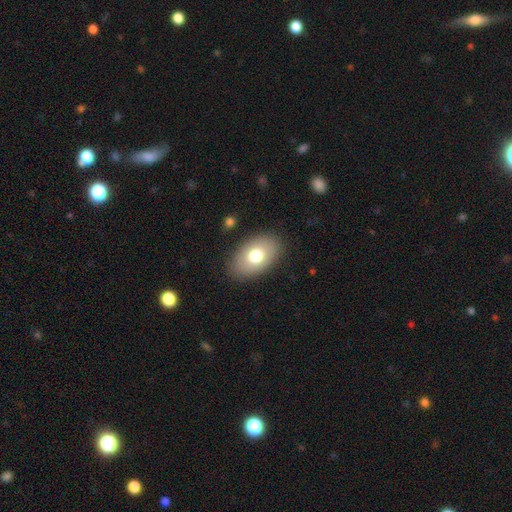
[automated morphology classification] smooth 73%, featured or disk 20%, star or artifact 7%. Down the decision tree: how rounded — in between (91%); merging — none (86%).